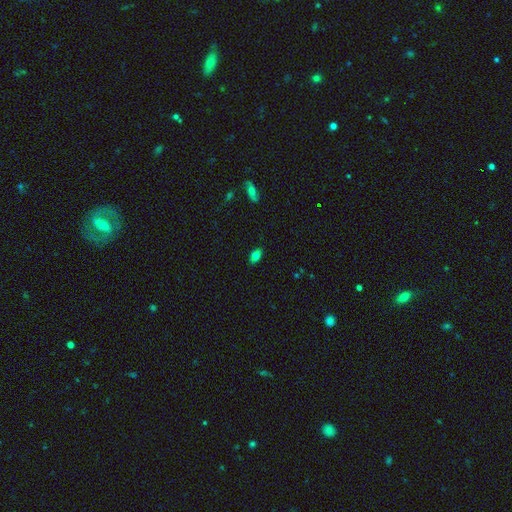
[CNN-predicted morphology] Overall: smooth (80%). How rounded: in between (89%). Merging: none (87%).